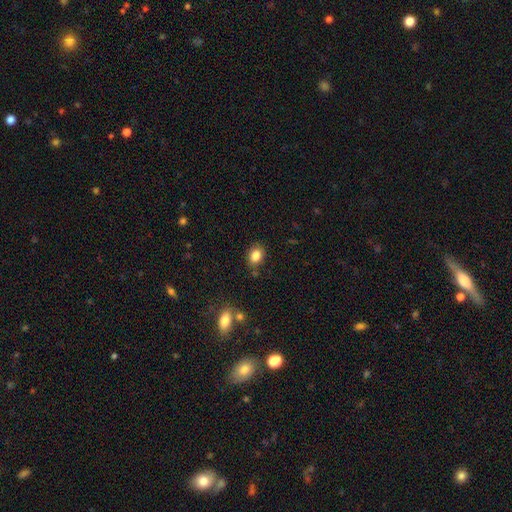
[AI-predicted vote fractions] Morphology: type=smooth (85%); roundness=in between (63%); merging=none (82%).